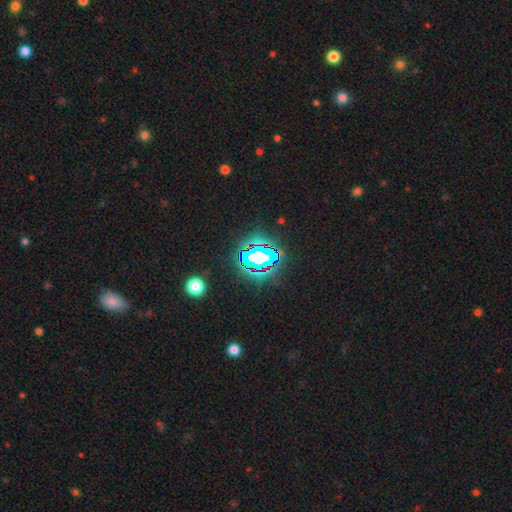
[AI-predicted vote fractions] Smooth or featured: star or artifact — 79% (smooth — 13%)